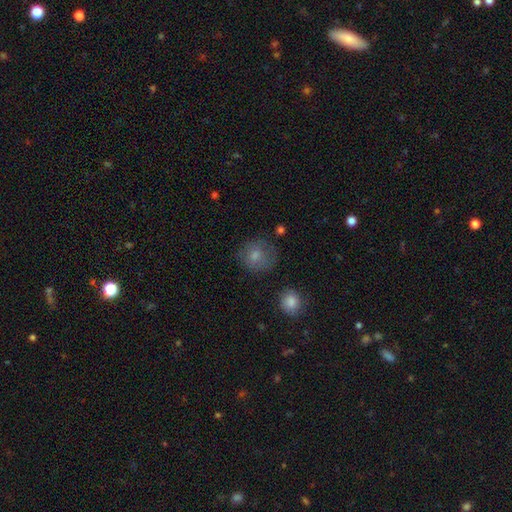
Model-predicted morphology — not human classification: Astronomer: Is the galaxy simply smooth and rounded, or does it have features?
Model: smooth — 75%.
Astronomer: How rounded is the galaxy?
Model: round — 81%.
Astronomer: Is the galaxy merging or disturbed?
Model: none — 68%.